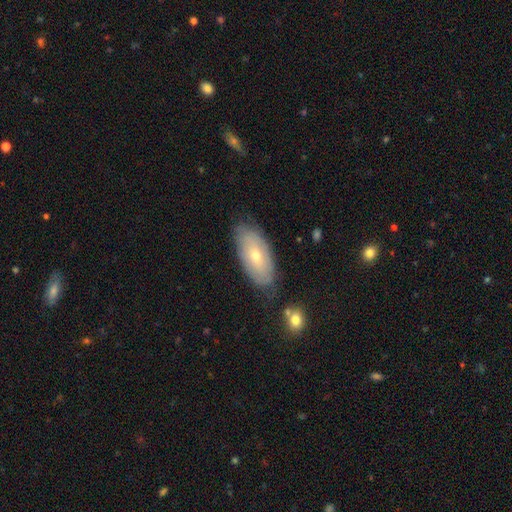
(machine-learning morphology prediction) Smooth or featured? smooth (50%)
Merging? none (78%)